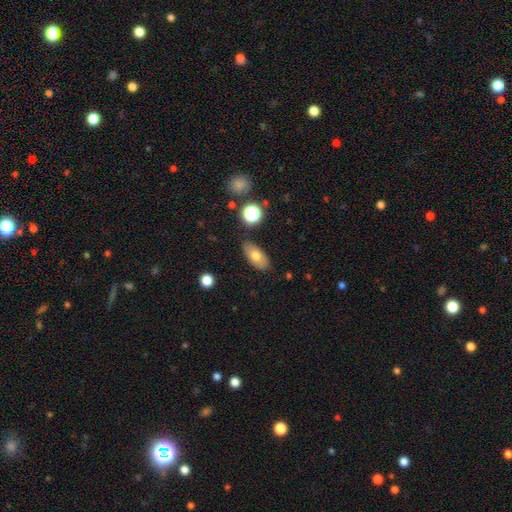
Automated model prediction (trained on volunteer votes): smooth_or_featured: smooth (p=0.70) [alt: featured or disk p=0.21]
how_rounded: in between (p=0.89) [alt: round p=0.06]
merging: none (p=0.82) [alt: minor disturbance p=0.12]